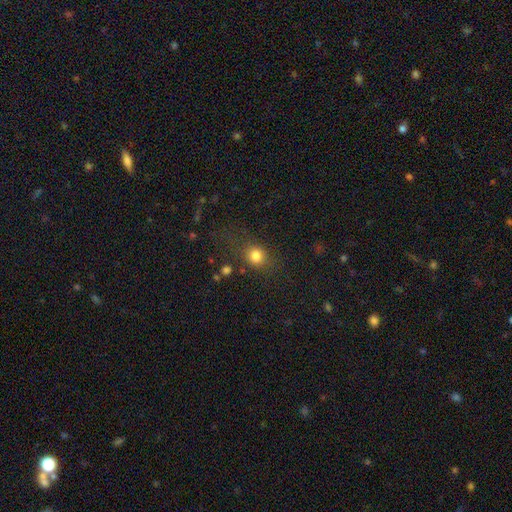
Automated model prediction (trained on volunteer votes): This appears to be a smooth galaxy with no disk features (80%) that is round (72%). Merging: none (69%).